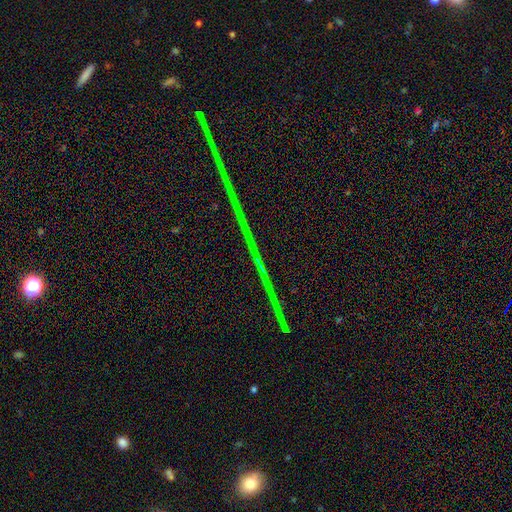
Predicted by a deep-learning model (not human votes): Smooth or featured? Predicted: star or artifact (p=0.81).